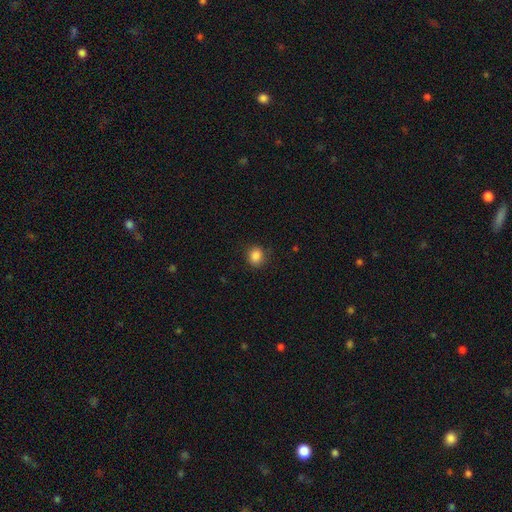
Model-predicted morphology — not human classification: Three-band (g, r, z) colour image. It shows a smooth galaxy with no disk features (86%) that is round (70%). Merging: none (83%).